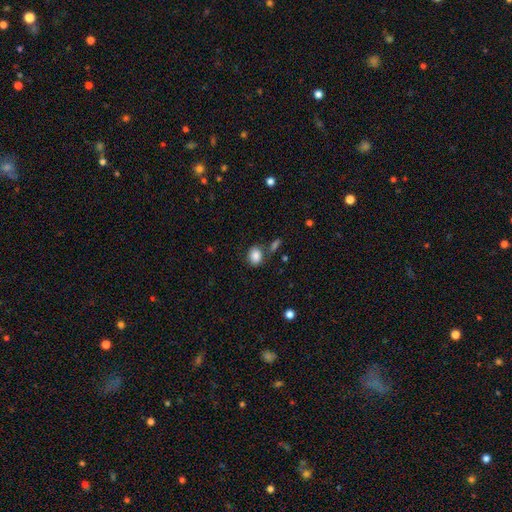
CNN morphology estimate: The model was most divided on "how rounded": in between: 61%, round: 38%, cigar-shaped: 1%. More confident: smooth or featured — smooth (85%); merging — none (69%).